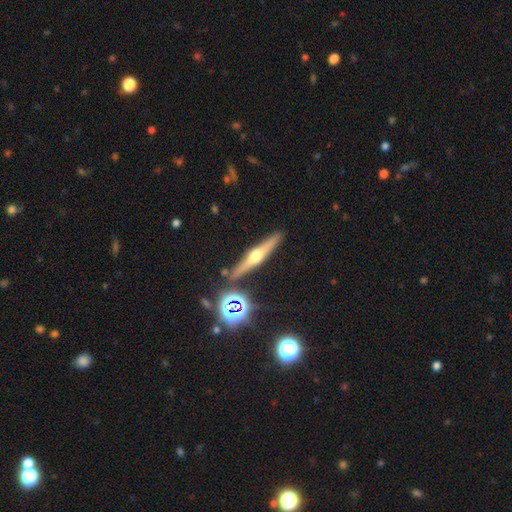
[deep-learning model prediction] Smooth or featured? featured or disk (68%)
Edge-on disk? yes (97%)
Edge-on bulge? rounded (94%)
Merging? none (87%)